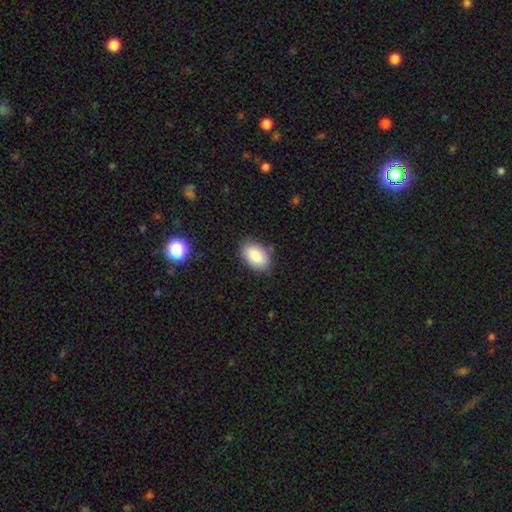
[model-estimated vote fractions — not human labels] Smooth or featured?
  - smooth: 87% *
  - star or artifact: 7%
  - featured or disk: 6%
How rounded?
  - in between: 91% *
  - round: 7%
  - cigar-shaped: 1%
Merging?
  - none: 82% *
  - minor disturbance: 13%
  - major disturbance: 3%
  - merger: 1%